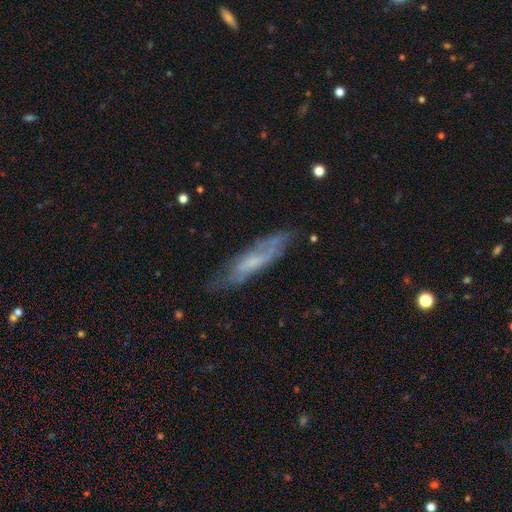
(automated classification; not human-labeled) Morphology: type=featured or disk (52%); edge-on=yes (55%); merging=none (75%).